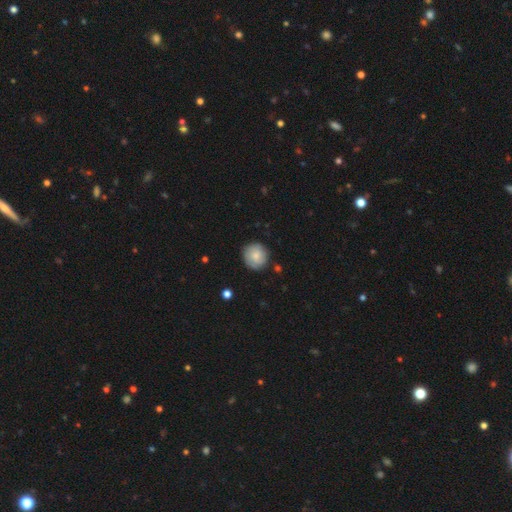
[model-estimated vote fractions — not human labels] Smooth or featured: smooth — 75% (featured or disk — 18%)
How rounded: round — 92% (in between — 7%)
Merging: none — 83% (minor disturbance — 13%)